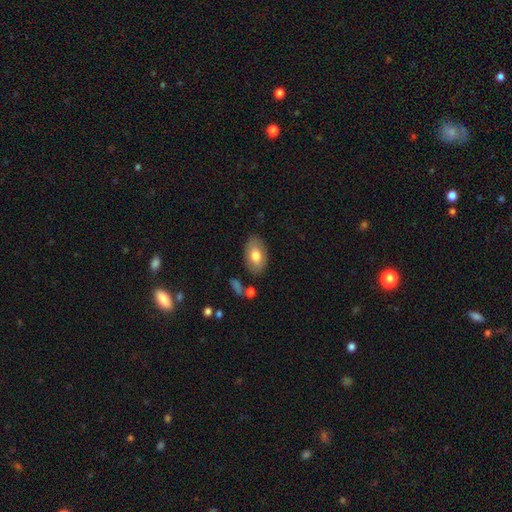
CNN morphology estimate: Smooth or featured: smooth — 71% (featured or disk — 23%)
How rounded: in between — 91% (round — 7%)
Merging: none — 81% (minor disturbance — 13%)